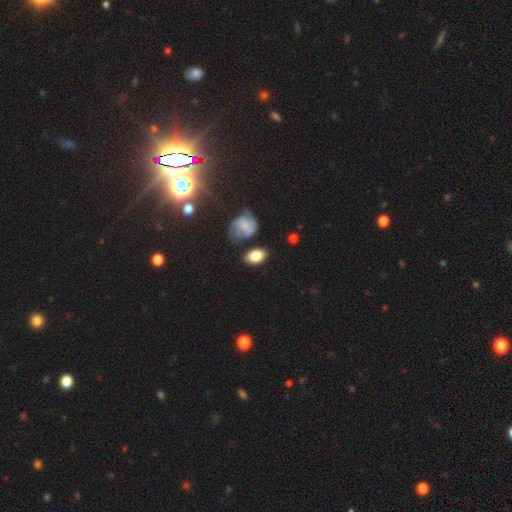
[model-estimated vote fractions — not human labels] smooth-or-featured: smooth: 76% | featured or disk: 16% | star or artifact: 8%
  how-rounded: in between: 86% | round: 12% | cigar-shaped: 2%
  merging: none: 67% | minor disturbance: 20% | merger: 7% | major disturbance: 6%